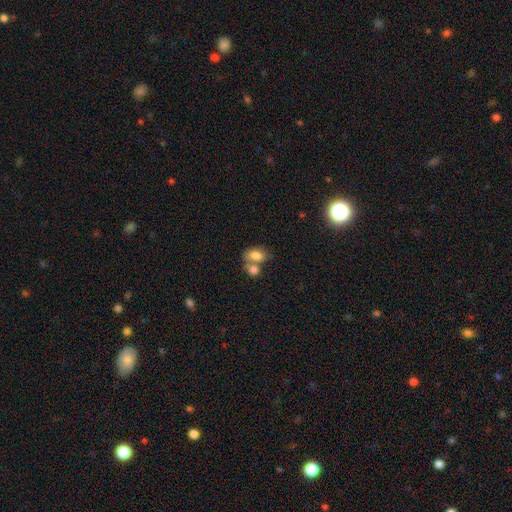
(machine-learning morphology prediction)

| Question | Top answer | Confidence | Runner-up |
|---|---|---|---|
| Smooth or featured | smooth | 77% | featured or disk (14%) |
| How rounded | in between | 80% | round (19%) |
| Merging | merger | 51% | none (32%) |